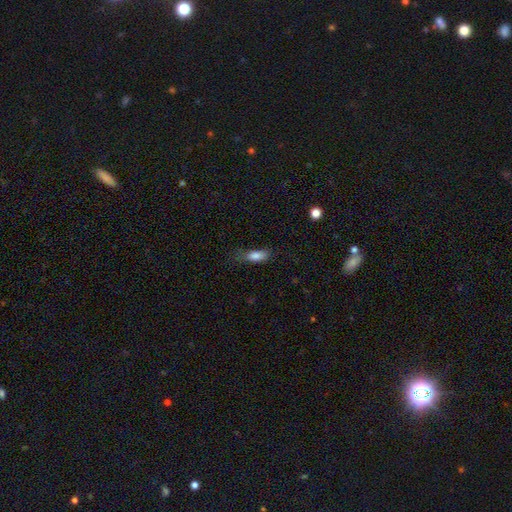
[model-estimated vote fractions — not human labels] A smooth galaxy with no disk features (82%) that is in between round and cigar-shaped (75%).

Vote fractions:
- Smooth or featured? smooth: 82% / featured or disk: 10% / star or artifact: 8%
- How rounded? in between: 75% / cigar-shaped: 21% / round: 3%
- Merging? none: 52% / minor disturbance: 31% / major disturbance: 14% / merger: 2%